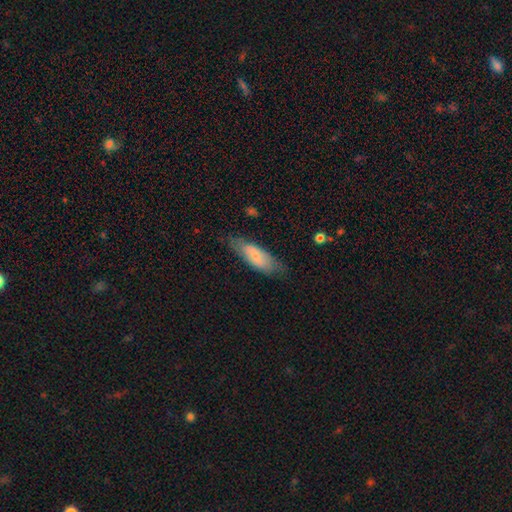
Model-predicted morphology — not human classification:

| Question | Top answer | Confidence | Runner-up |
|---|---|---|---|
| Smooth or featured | smooth | 66% | featured or disk (28%) |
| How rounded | in between | 65% | cigar-shaped (33%) |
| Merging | none | 71% | minor disturbance (21%) |